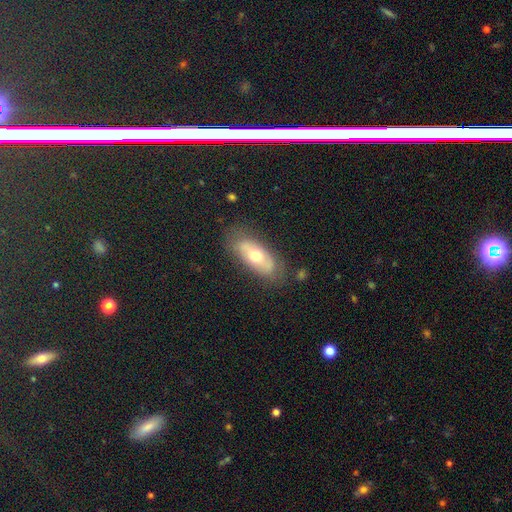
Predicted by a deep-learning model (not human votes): This is possibly a smooth galaxy (49%). Merging: likely none (74%).